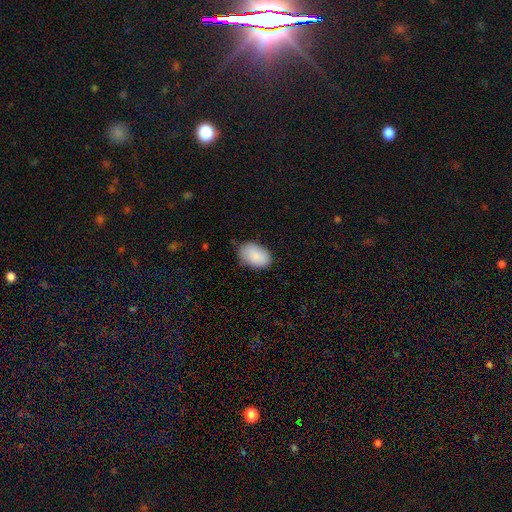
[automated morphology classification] A smooth galaxy with no disk features (88%) that is in between round and cigar-shaped (91%). Merging: none (75%).